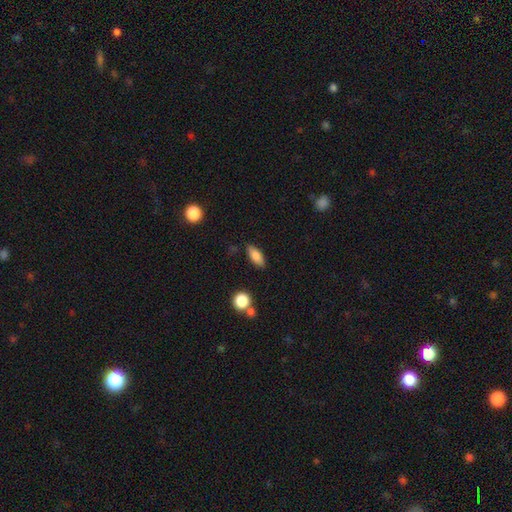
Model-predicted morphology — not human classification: smooth_or_featured: smooth (p=0.79) [alt: featured or disk p=0.13]
how_rounded: in between (p=0.76) [alt: cigar-shaped p=0.20]
merging: none (p=0.83) [alt: minor disturbance p=0.12]